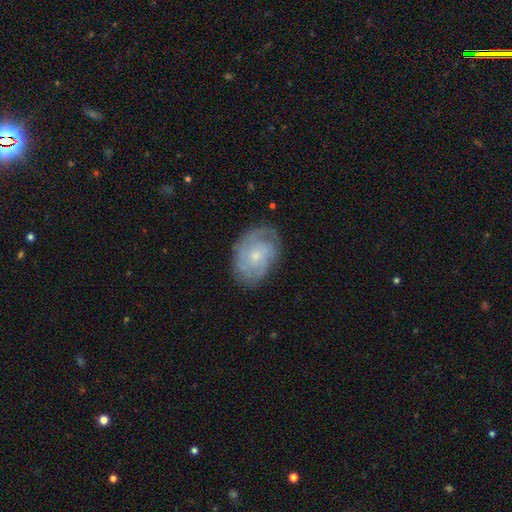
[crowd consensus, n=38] featured or disk 87%, smooth 8%, star or artifact 5%. Down the decision tree: edge-on disk — no (97%); bar — no (78%); spiral arms — yes (84%); spiral arm count — can't tell (41%); spiral winding — tight (52%); bulge size — small (72%); merging — none (50%).